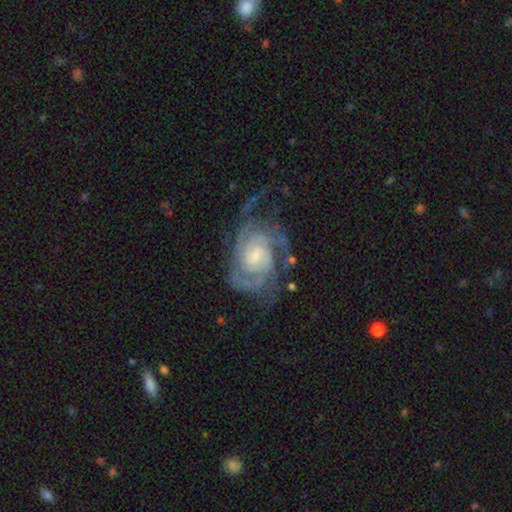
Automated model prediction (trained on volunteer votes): A featured or disk galaxy (90%) with no bar (45%, tied with weak), 2 (37%) tight (57%) spiral arms (97%) and a small central bulge (57%). Merging: none (60%).